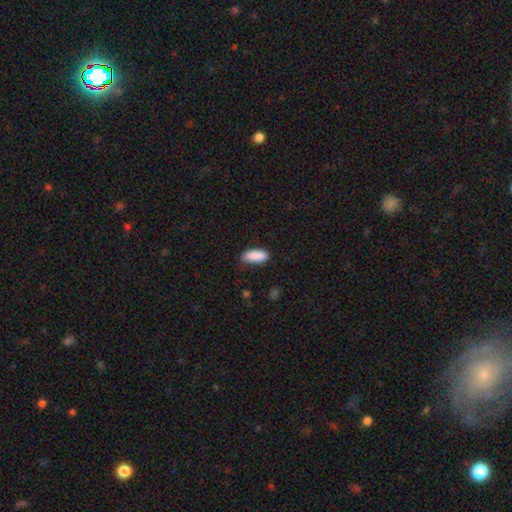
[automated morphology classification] A smooth galaxy with no disk features (89%) that is in between round and cigar-shaped (78%).

Vote fractions:
- Smooth or featured? smooth: 89% / star or artifact: 7% / featured or disk: 4%
- How rounded? in between: 78% / cigar-shaped: 20% / round: 2%
- Merging? none: 76% / minor disturbance: 19% / major disturbance: 4% / merger: 2%